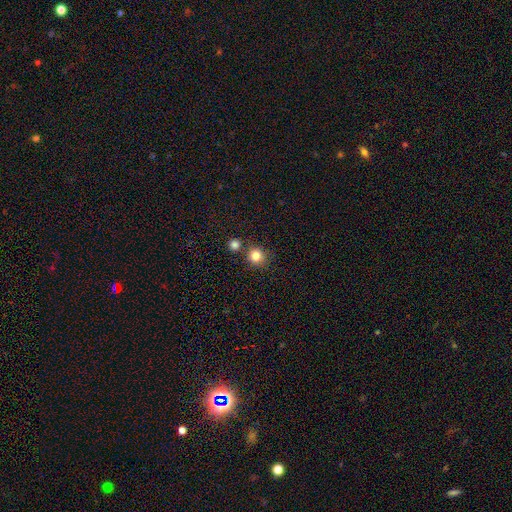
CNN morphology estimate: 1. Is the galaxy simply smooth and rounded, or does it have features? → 83% smooth, 11% star or artifact, 6% featured or disk.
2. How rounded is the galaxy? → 90% round, 9% in between, 1% cigar-shaped.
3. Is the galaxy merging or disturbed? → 74% none, 14% merger, 9% minor disturbance, 3% major disturbance.